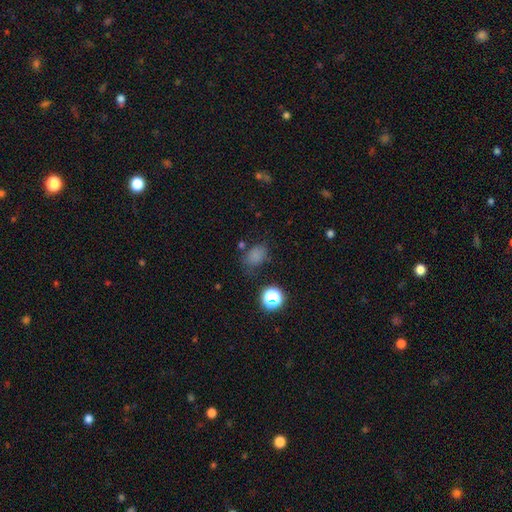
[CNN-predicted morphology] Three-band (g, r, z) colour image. It shows a smooth galaxy with no disk features (72%) that is in between round and cigar-shaped (65%). Merging: none (64%).